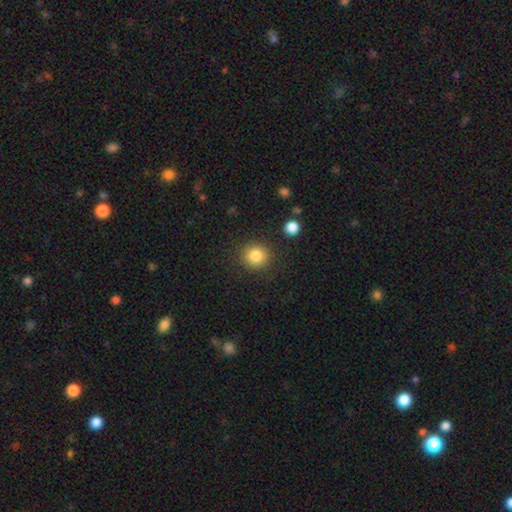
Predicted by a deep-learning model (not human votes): A smooth galaxy with no disk features (84%) that is round (89%). Merging: none (87%).